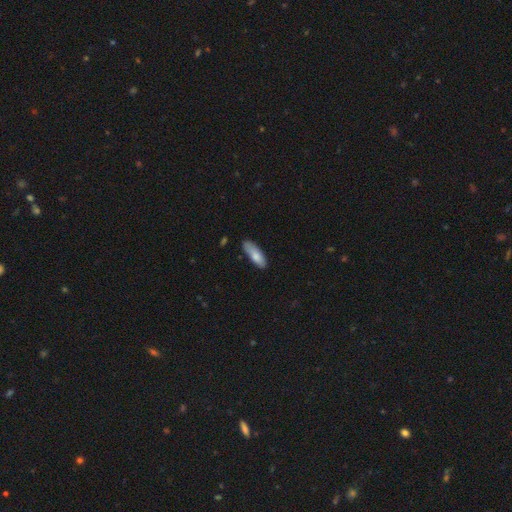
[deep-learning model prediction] Smooth or featured?
  - smooth: 79% *
  - featured or disk: 15%
  - star or artifact: 6%
How rounded?
  - in between: 57% *
  - cigar-shaped: 41%
  - round: 2%
Merging?
  - none: 71% *
  - minor disturbance: 23%
  - major disturbance: 4%
  - merger: 3%